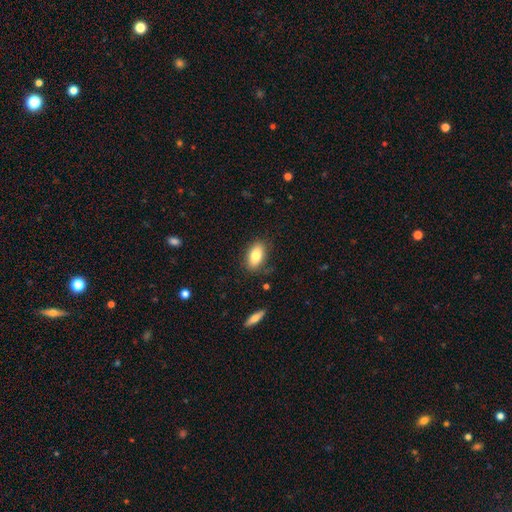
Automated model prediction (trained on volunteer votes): smooth_or_featured: smooth (p=0.81) [alt: featured or disk p=0.12]
how_rounded: in between (p=0.89) [alt: round p=0.06]
merging: none (p=0.84) [alt: minor disturbance p=0.12]